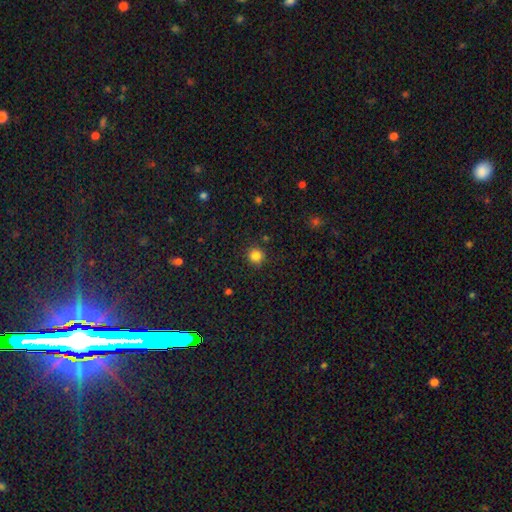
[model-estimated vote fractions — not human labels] Smooth or featured: smooth — 84% (star or artifact — 12%)
How rounded: round — 93% (in between — 6%)
Merging: none — 90% (minor disturbance — 6%)